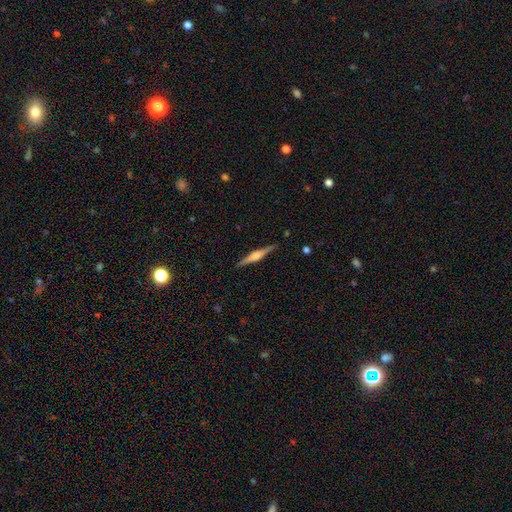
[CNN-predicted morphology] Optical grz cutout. It shows a featured or disk galaxy (75%) viewed edge-on (98%) with a rounded central bulge (73%). Merging: none (90%).